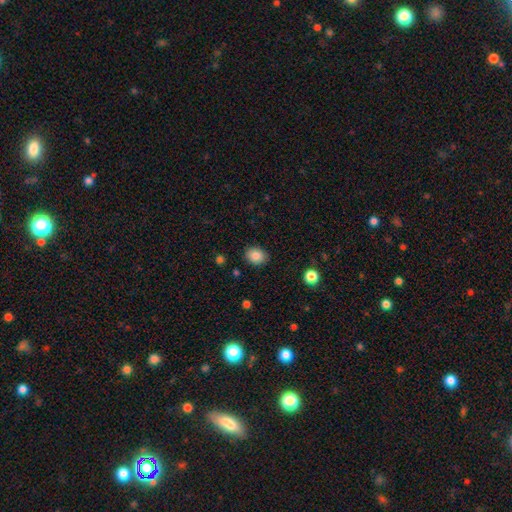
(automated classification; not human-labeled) This is clearly a smooth galaxy (86%). How rounded: possibly in between (55%). Merging: clearly none (86%).